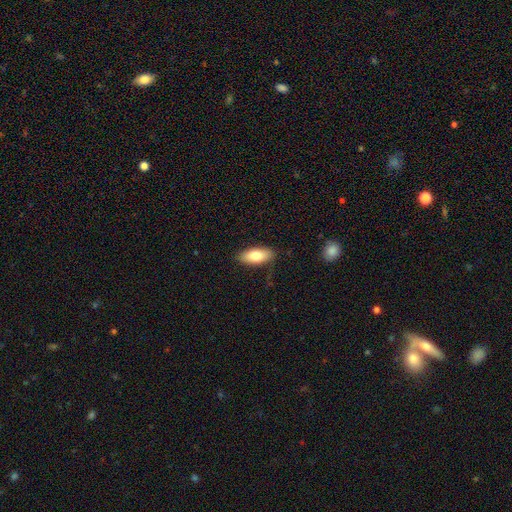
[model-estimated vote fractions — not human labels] The model was most divided on "smooth or featured": smooth: 81%, featured or disk: 13%, star or artifact: 6%. More confident: merging — none (84%); how rounded — in between (84%).